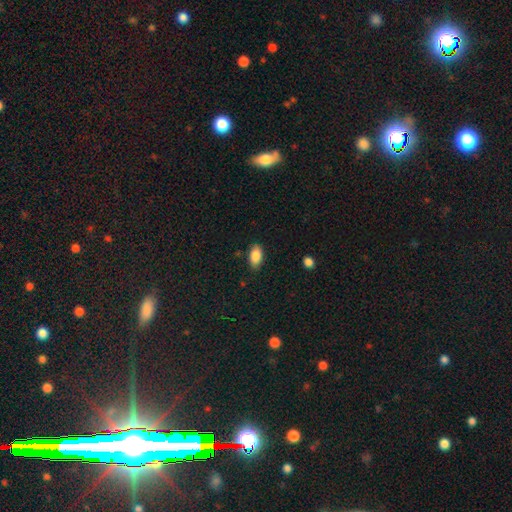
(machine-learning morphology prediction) Smooth or featured?
  - smooth: 87% *
  - star or artifact: 7%
  - featured or disk: 5%
How rounded?
  - in between: 93% *
  - round: 4%
  - cigar-shaped: 3%
Merging?
  - none: 85% *
  - minor disturbance: 11%
  - major disturbance: 2%
  - merger: 1%